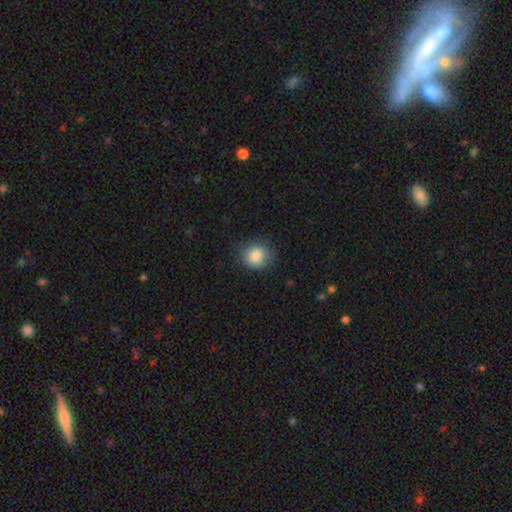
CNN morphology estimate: smooth 84%, star or artifact 9%, featured or disk 7%. Down the decision tree: how rounded — round (80%); merging — none (77%).